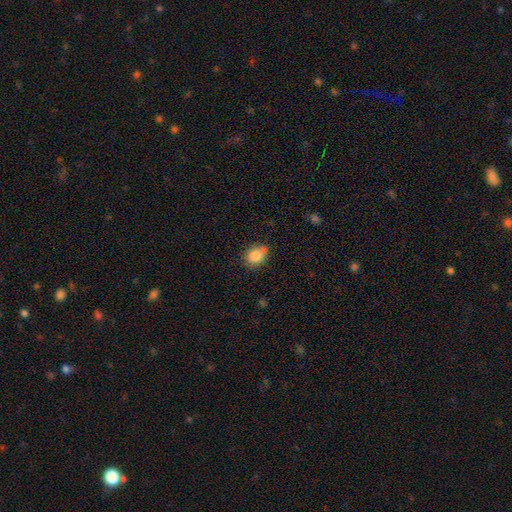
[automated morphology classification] Q: Smooth or featured?
A: smooth (85%); runner-up: star or artifact (8%)
Q: How rounded?
A: in between (61%); runner-up: round (38%)
Q: Merging?
A: none (72%); runner-up: minor disturbance (23%)